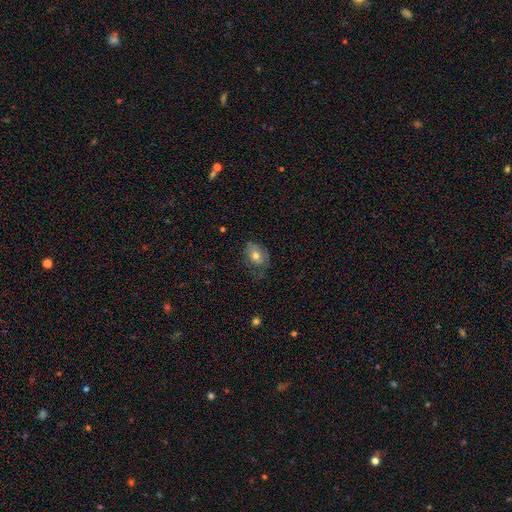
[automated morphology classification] Smooth or featured? smooth (64%)
How rounded? in between (67%)
Merging? none (46%)